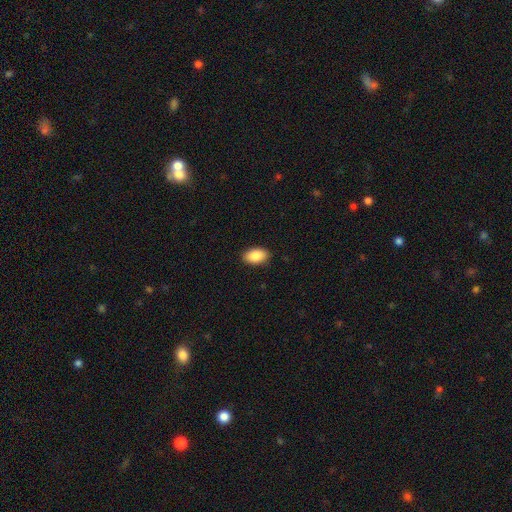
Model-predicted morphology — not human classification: A smooth galaxy with no disk features (87%) that is in between round and cigar-shaped (91%). Merging: none (89%).